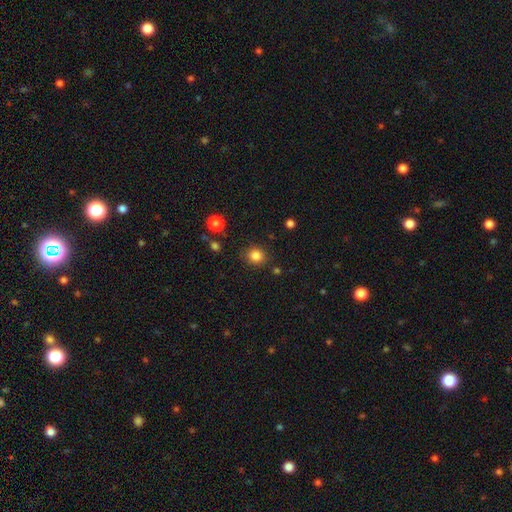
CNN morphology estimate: This appears to be a smooth galaxy with no disk features (84%) that is round (82%). Merging: none (86%).